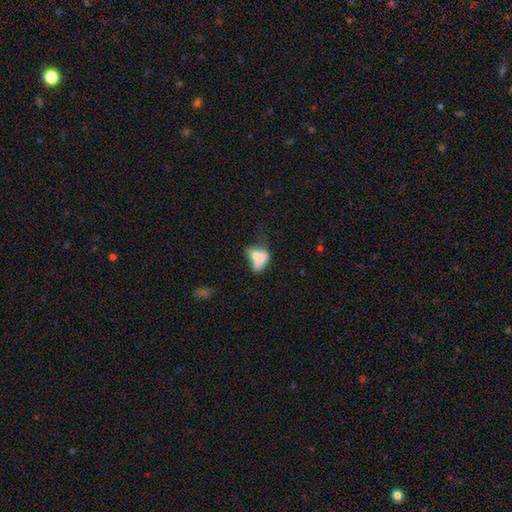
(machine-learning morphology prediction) Smooth or featured? Predicted: smooth (p=0.63). How rounded? Predicted: in between (p=0.79). Merging? Predicted: merger (p=0.35).